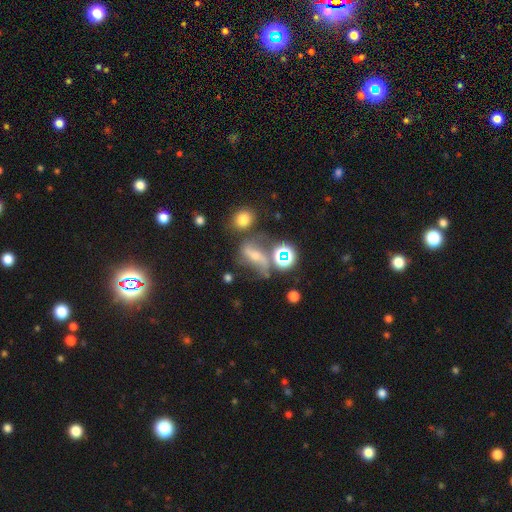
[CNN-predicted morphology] smooth_or_featured: featured or disk (p=0.46) [alt: smooth p=0.29]
merging: none (p=0.39) [alt: major disturbance p=0.22]